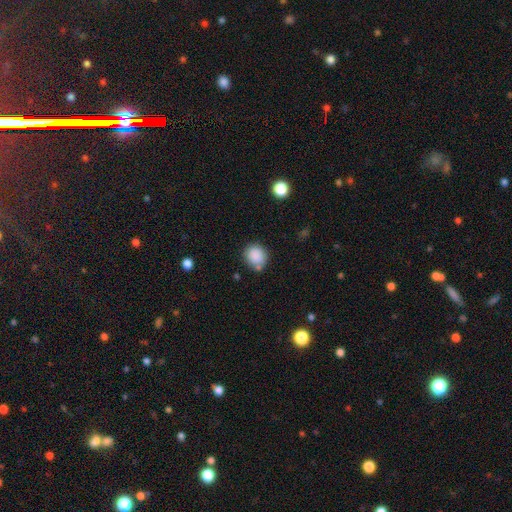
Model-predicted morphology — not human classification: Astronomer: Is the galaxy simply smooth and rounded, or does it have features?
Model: smooth — 87%.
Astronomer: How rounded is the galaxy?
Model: round — 78%.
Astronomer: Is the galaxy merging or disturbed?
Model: none — 70%.